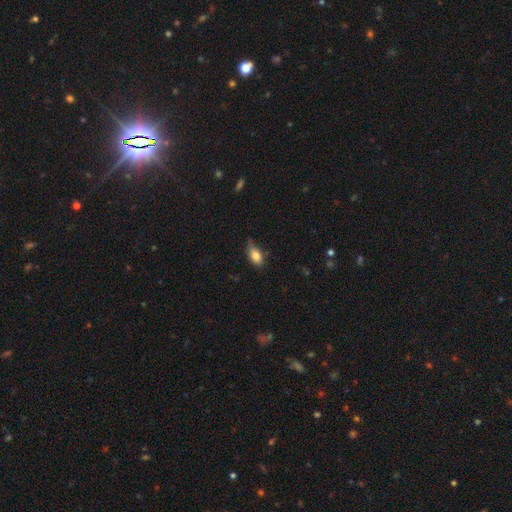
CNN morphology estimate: smooth 82%, featured or disk 10%, star or artifact 8%. Down the decision tree: how rounded — in between (88%); merging — none (57%).